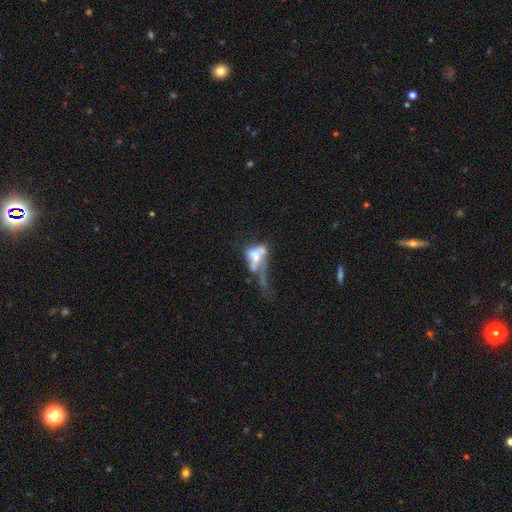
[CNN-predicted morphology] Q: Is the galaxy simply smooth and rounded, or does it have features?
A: featured or disk — 51%.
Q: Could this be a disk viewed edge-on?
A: no — 88%.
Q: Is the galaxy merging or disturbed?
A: merger — 44%.